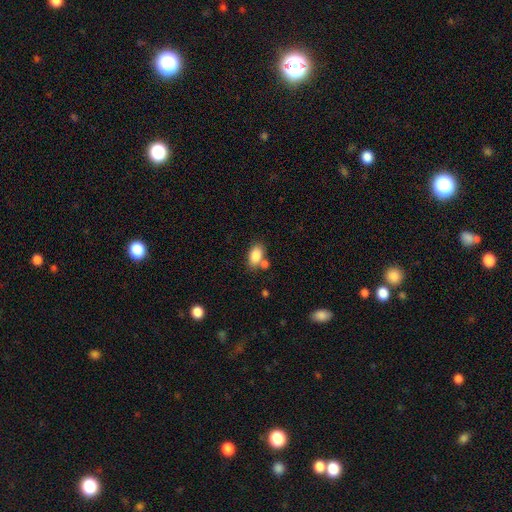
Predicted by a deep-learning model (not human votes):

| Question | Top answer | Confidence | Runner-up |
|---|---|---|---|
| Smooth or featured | smooth | 85% | star or artifact (8%) |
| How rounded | in between | 90% | round (8%) |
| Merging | none | 61% | merger (22%) |